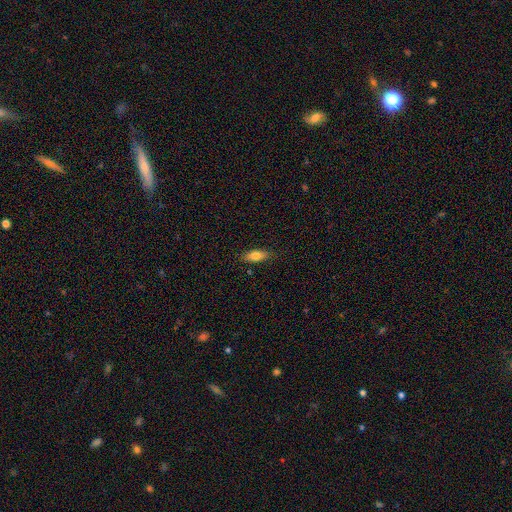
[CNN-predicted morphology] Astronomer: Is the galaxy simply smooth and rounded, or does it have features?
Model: smooth — 77%.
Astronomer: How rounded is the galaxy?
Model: in between — 77%.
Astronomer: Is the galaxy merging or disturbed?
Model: none — 84%.